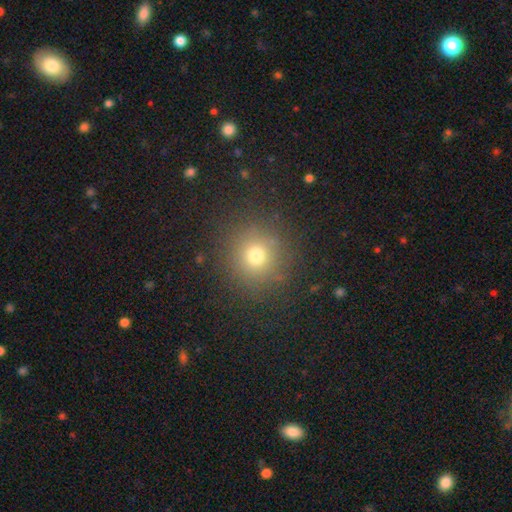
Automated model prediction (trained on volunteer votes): smooth-or-featured: smooth: 72% | star or artifact: 19% | featured or disk: 9%
  how-rounded: round: 92% | in between: 7% | cigar-shaped: 1%
  merging: none: 87% | minor disturbance: 8% | major disturbance: 4% | merger: 1%